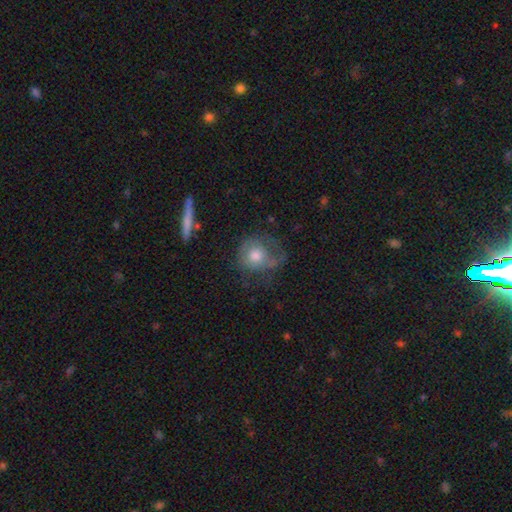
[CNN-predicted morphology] Overall: smooth (54%; featured or disk 37%). How rounded: round (76%). Merging: none (45%; major disturbance 27%).